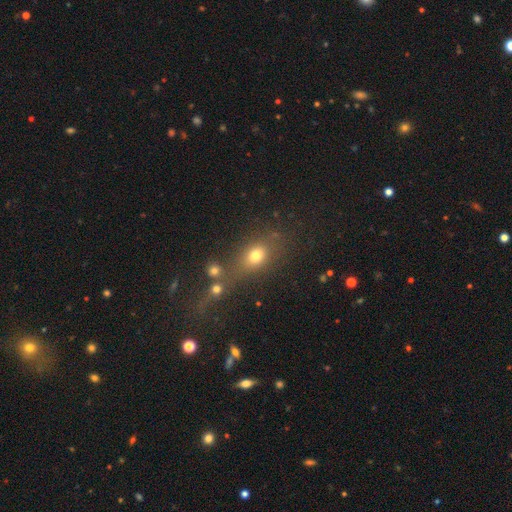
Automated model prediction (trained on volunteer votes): smooth_or_featured: smooth (p=0.71) [alt: star or artifact p=0.17]
how_rounded: in between (p=0.54) [alt: round p=0.40]
merging: none (p=0.53) [alt: merger p=0.24]